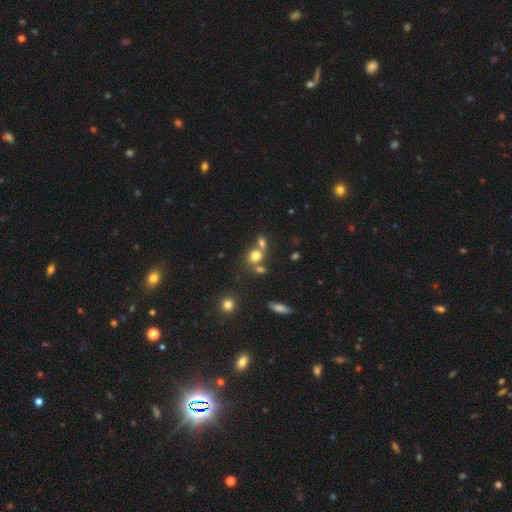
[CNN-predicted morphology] Smooth or featured?
  - smooth: 73% *
  - star or artifact: 14%
  - featured or disk: 13%
How rounded?
  - round: 61% *
  - in between: 38%
  - cigar-shaped: 2%
Merging?
  - merger: 48% *
  - none: 39%
  - minor disturbance: 9%
  - major disturbance: 4%